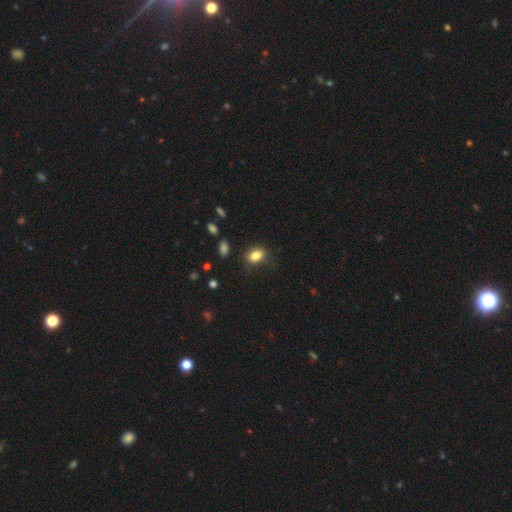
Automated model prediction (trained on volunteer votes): Morphology: type=smooth (84%); roundness=in between (73%); merging=none (81%).